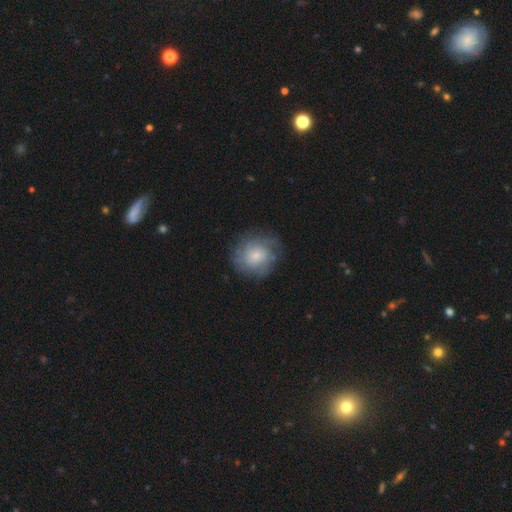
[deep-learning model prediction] Overall: featured or disk (50%; smooth 42%). Merging: none (73%).